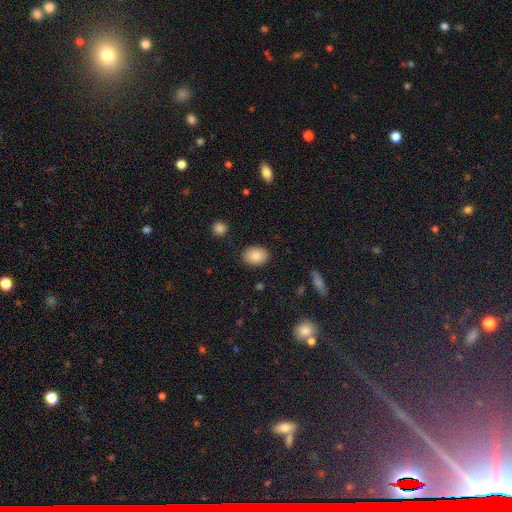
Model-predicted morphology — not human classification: smooth-or-featured: smooth: 87% | star or artifact: 7% | featured or disk: 5%
  how-rounded: in between: 69% | round: 30% | cigar-shaped: 1%
  merging: none: 86% | minor disturbance: 9% | major disturbance: 3% | merger: 1%